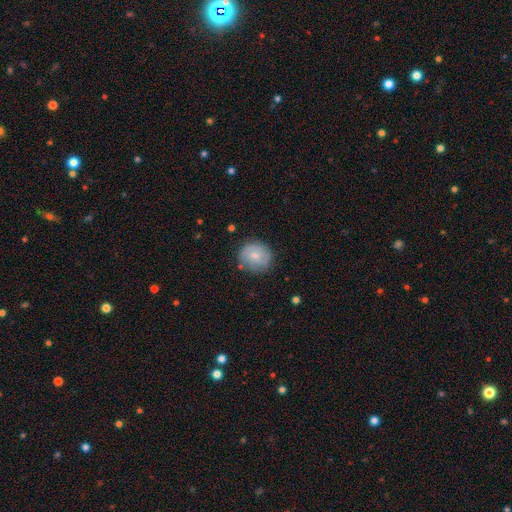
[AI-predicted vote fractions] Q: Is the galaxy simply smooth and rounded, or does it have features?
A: smooth — 60%.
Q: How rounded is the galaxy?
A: round — 86%.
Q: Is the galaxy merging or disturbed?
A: none — 78%.